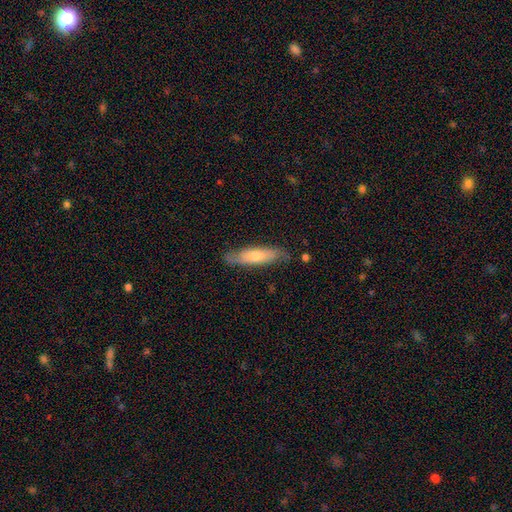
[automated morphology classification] Smooth or featured: featured or disk — 46% (smooth — 45%)
Merging: none — 82% (minor disturbance — 14%)